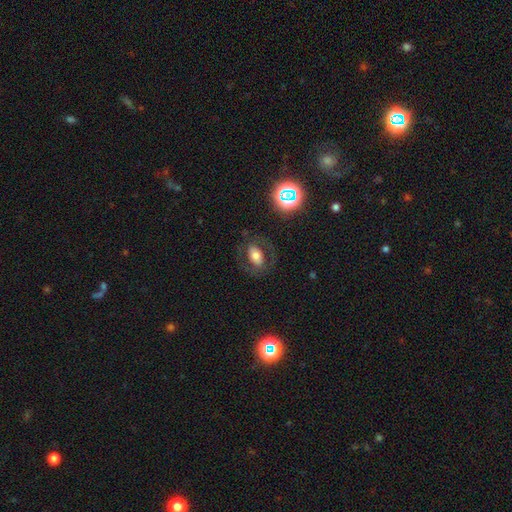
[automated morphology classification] smooth-or-featured: smooth: 53% | featured or disk: 34% | star or artifact: 13%
  how-rounded: in between: 83% | round: 15% | cigar-shaped: 2%
  merging: none: 74% | minor disturbance: 13% | major disturbance: 12% | merger: 1%